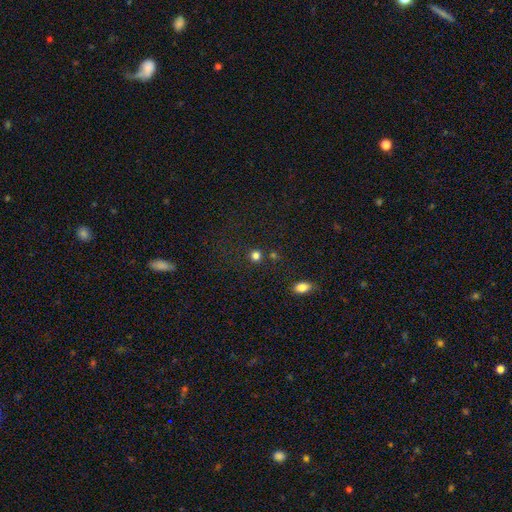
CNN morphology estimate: smooth 79%, star or artifact 16%, featured or disk 5%. Down the decision tree: how rounded — round (90%); merging — none (82%).